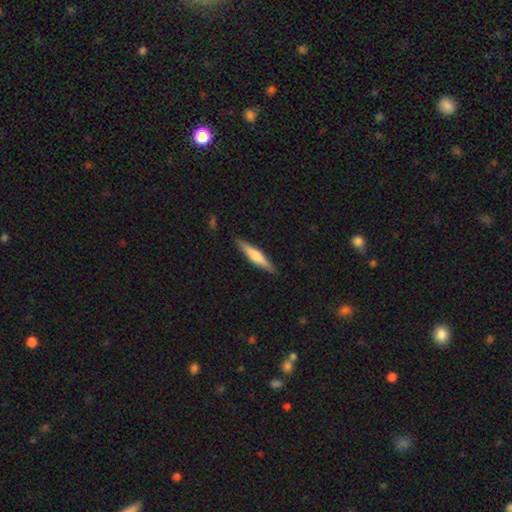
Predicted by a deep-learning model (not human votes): Smooth or featured? smooth (50%)
How rounded? cigar-shaped (89%)
Merging? none (90%)